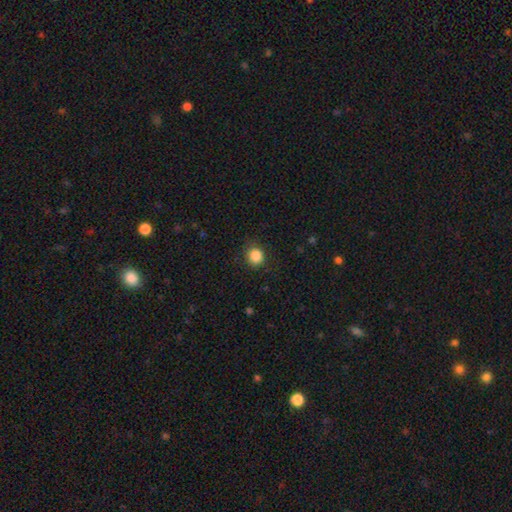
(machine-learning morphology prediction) The model was most divided on "how rounded": round: 82%, in between: 17%, cigar-shaped: 1%. More confident: smooth or featured — smooth (86%); merging — none (83%).